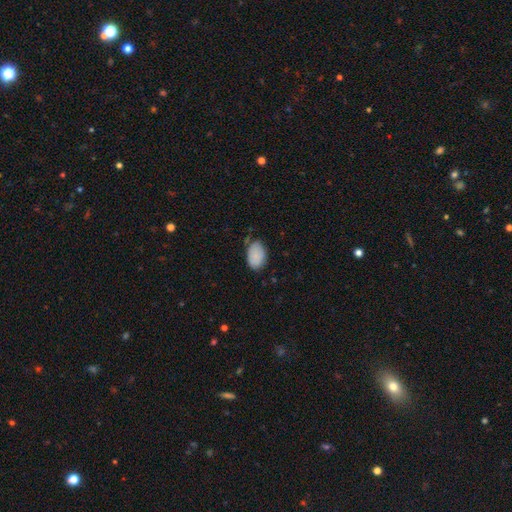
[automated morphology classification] smooth-or-featured: smooth: 86% | star or artifact: 7% | featured or disk: 7%
  how-rounded: in between: 89% | round: 10% | cigar-shaped: 1%
  merging: none: 68% | minor disturbance: 25% | major disturbance: 4% | merger: 2%